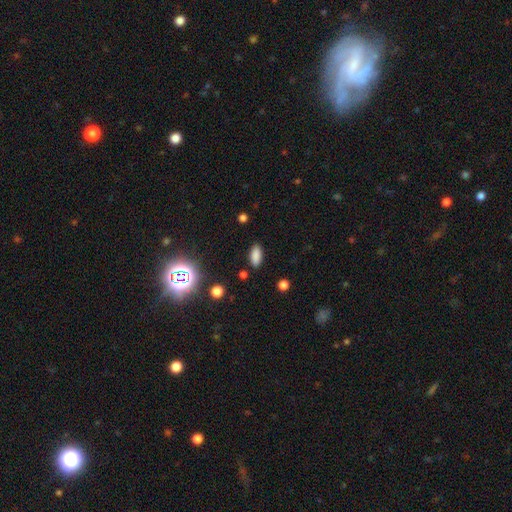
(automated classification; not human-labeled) Smooth or featured: smooth — 84% (star or artifact — 12%)
How rounded: in between — 86% (cigar-shaped — 10%)
Merging: none — 87% (minor disturbance — 9%)